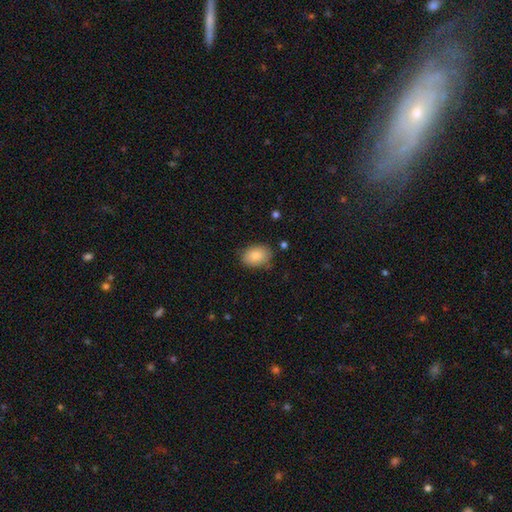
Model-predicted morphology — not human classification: Smooth or featured?
  - smooth: 85% *
  - featured or disk: 8%
  - star or artifact: 7%
How rounded?
  - in between: 78% *
  - round: 21%
  - cigar-shaped: 1%
Merging?
  - none: 76% *
  - minor disturbance: 18%
  - major disturbance: 4%
  - merger: 2%